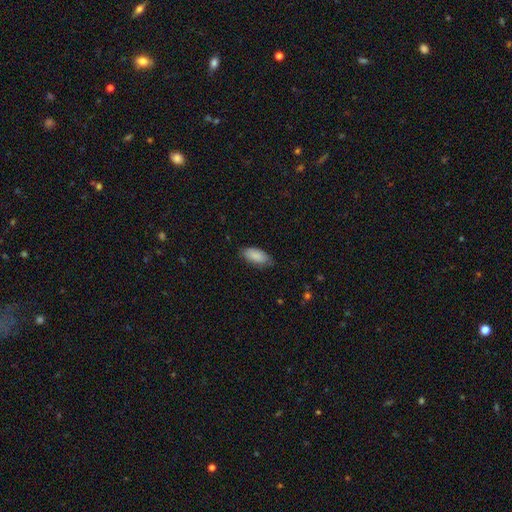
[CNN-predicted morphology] Smooth or featured? smooth (86%)
How rounded? in between (90%)
Merging? none (75%)